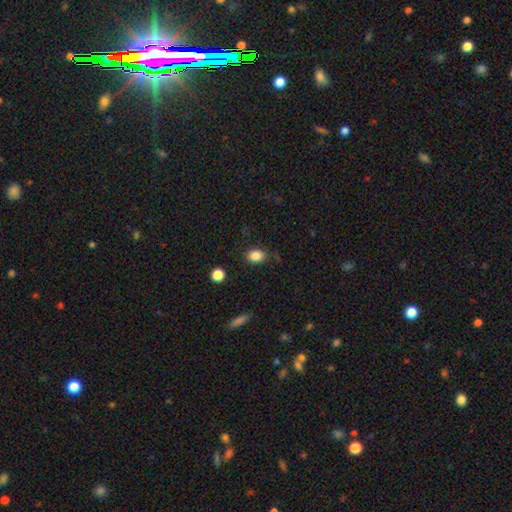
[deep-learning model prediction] This appears to be a smooth galaxy with no disk features (85%) that is in between round and cigar-shaped (63%). Merging: none (78%).